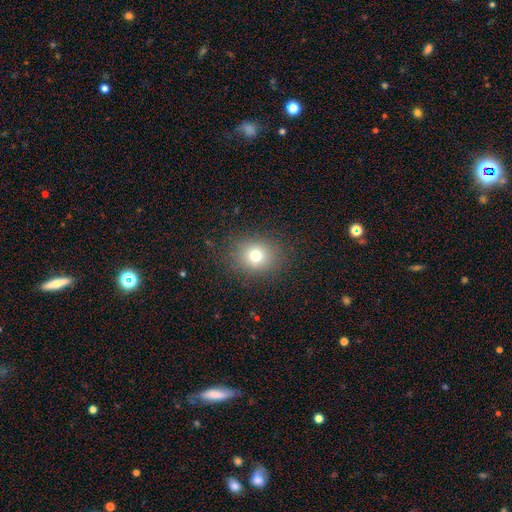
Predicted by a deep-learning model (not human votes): Overall: smooth (73%). How rounded: round (68%; in between 31%). Merging: none (86%).